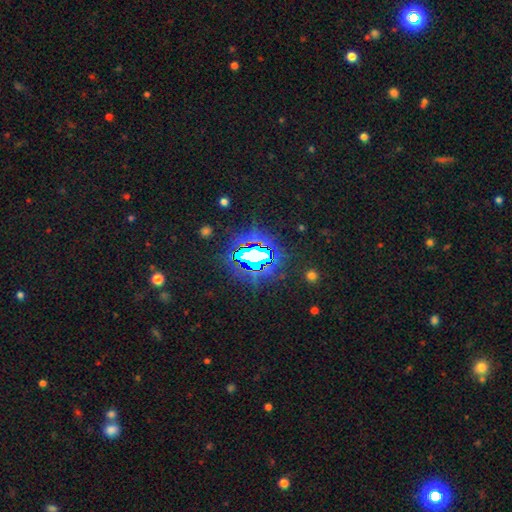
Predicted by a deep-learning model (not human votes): Smooth or featured? Predicted: star or artifact (p=0.78).